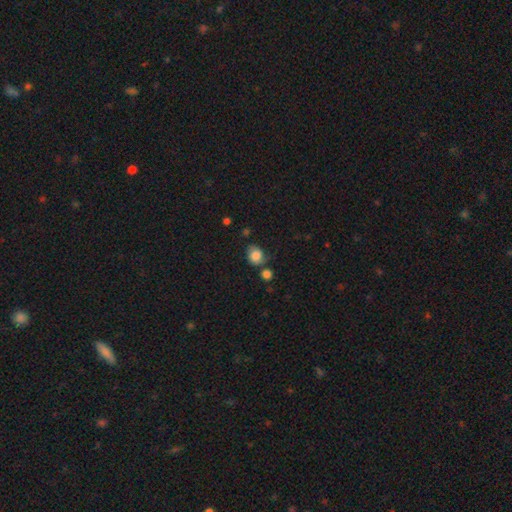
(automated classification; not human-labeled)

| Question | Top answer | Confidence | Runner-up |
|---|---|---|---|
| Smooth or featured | smooth | 79% | featured or disk (12%) |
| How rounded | round | 59% | in between (40%) |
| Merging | none | 53% | minor disturbance (25%) |